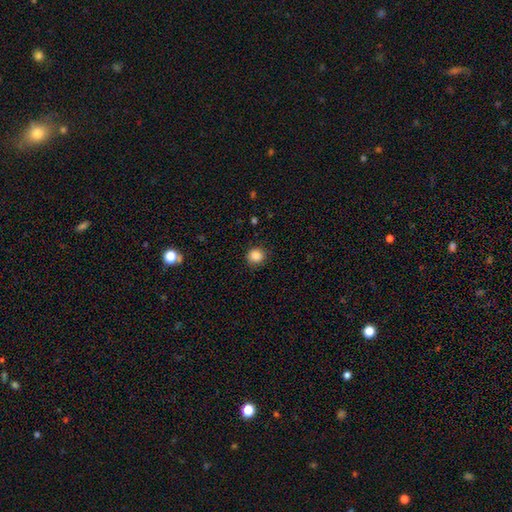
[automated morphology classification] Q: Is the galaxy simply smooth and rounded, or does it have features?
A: smooth — 87%.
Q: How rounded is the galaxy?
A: round — 87%.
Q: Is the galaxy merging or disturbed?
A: none — 87%.